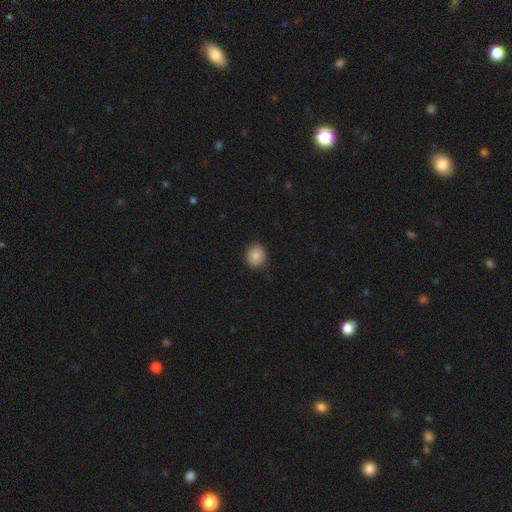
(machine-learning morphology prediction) Smooth or featured? smooth (87%)
How rounded? round (74%)
Merging? none (84%)